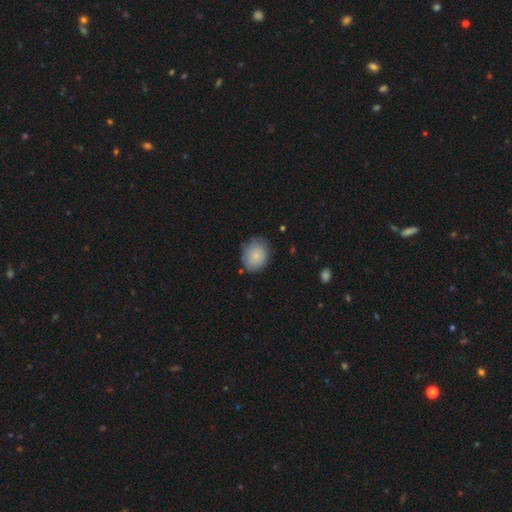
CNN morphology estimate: A smooth galaxy with no disk features (81%) that is in between round and cigar-shaped (50%). Merging: none (76%).